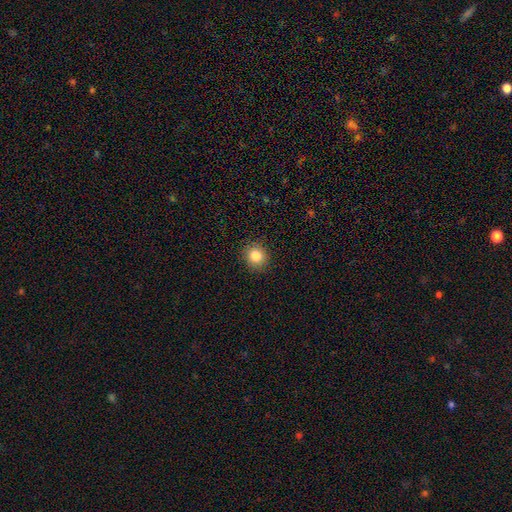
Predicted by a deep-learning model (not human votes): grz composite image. It shows a smooth galaxy with no disk features (84%) that is round (86%). Merging: none (90%).